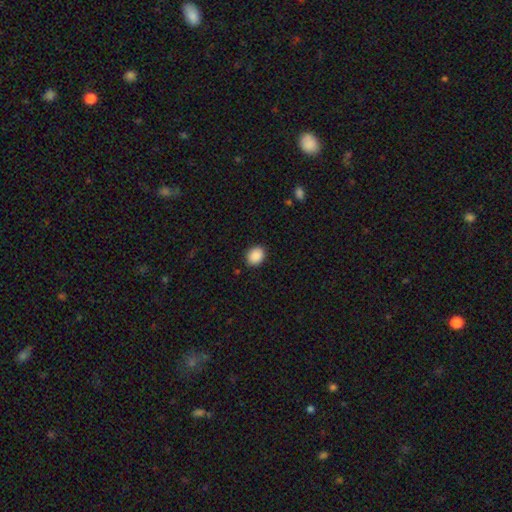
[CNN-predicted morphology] smooth 90%, star or artifact 8%, featured or disk 2%. Down the decision tree: how rounded — round (54%); merging — none (90%).